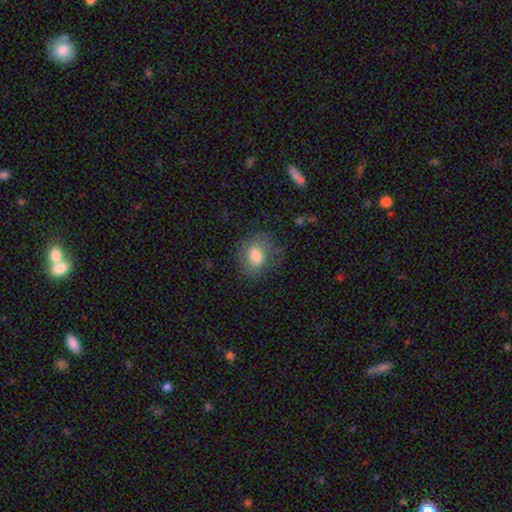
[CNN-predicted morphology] Smooth or featured: smooth — 74% (featured or disk — 17%)
How rounded: in between — 60% (round — 39%)
Merging: none — 65% (minor disturbance — 22%)